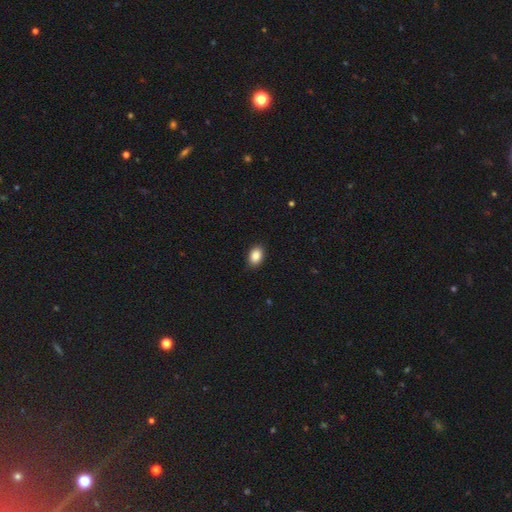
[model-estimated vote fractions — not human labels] smooth 88%, star or artifact 8%, featured or disk 4%. Down the decision tree: how rounded — in between (86%); merging — none (89%).